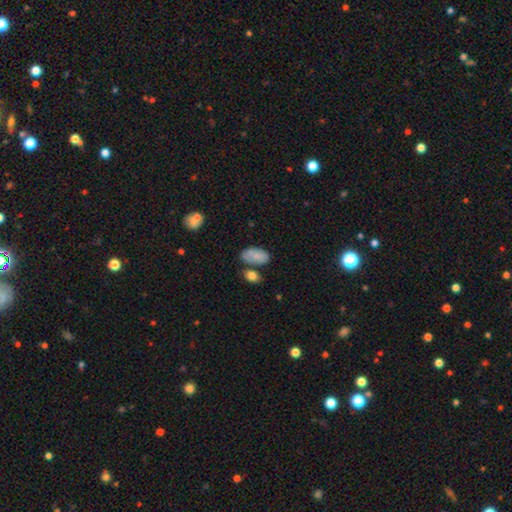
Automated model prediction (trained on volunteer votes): Morphology: type=smooth (76%); roundness=in between (94%); merging=none (54%).